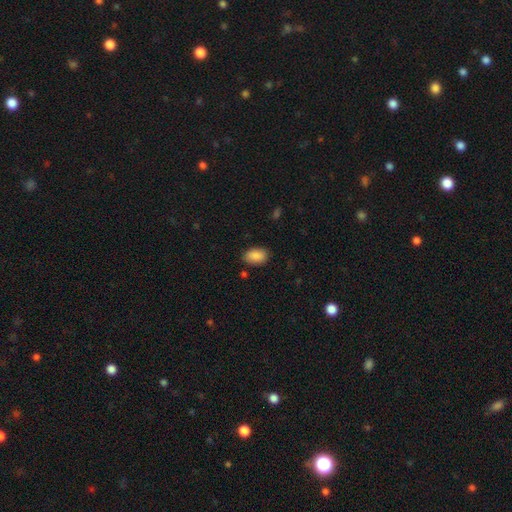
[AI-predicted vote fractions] smooth-or-featured: smooth: 89% | star or artifact: 7% | featured or disk: 4%
  how-rounded: in between: 90% | round: 9% | cigar-shaped: 1%
  merging: none: 82% | minor disturbance: 13% | major disturbance: 3% | merger: 2%